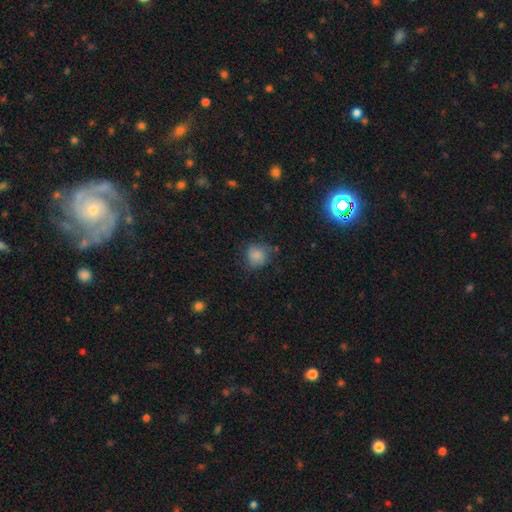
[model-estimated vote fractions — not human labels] A smooth galaxy with no disk features (73%) that is round (82%).

Vote fractions:
- Smooth or featured? smooth: 73% / star or artifact: 16% / featured or disk: 10%
- How rounded? round: 82% / in between: 17% / cigar-shaped: 1%
- Merging? none: 67% / minor disturbance: 23% / major disturbance: 7% / merger: 2%